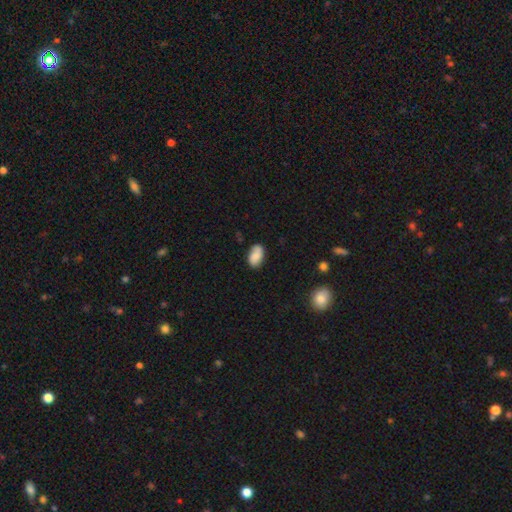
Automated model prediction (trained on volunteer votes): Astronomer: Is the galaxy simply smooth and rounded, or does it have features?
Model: smooth — 75%.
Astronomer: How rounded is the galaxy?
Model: in between — 92%.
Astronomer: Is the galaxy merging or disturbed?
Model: none — 74%.